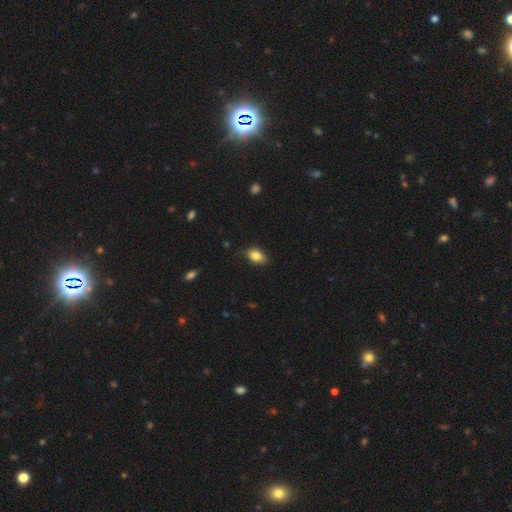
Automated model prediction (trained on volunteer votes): smooth_or_featured: smooth (p=0.83) [alt: featured or disk p=0.09]
how_rounded: in between (p=0.84) [alt: round p=0.14]
merging: none (p=0.71) [alt: minor disturbance p=0.24]